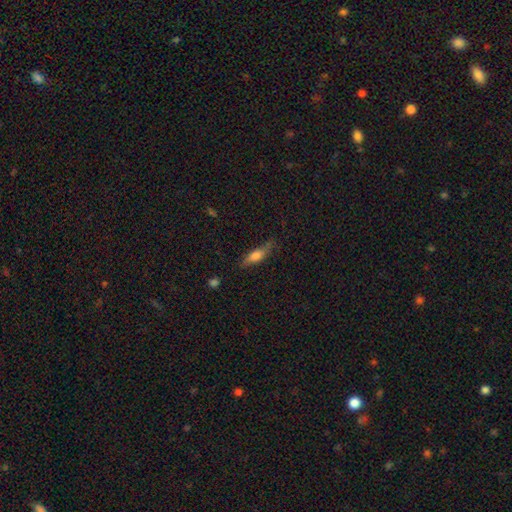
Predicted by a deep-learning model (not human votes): A smooth galaxy with no disk features (66%) that is cigar-shaped (52%). Merging: none (68%).